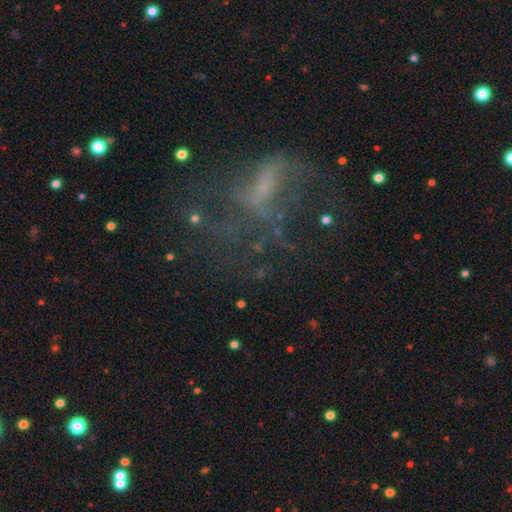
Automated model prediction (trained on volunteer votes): This appears to be a featured or disk galaxy (47%). Merging: major disturbance (42%).